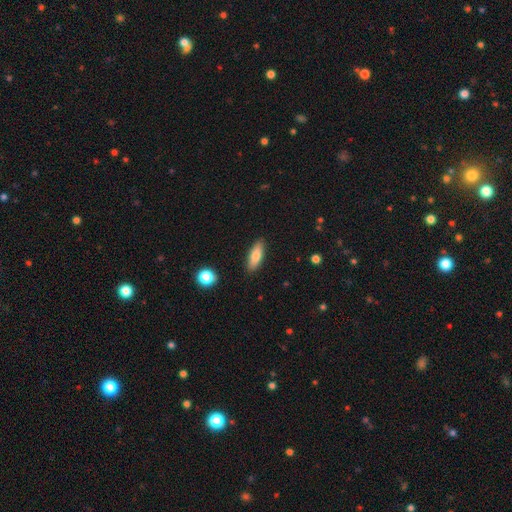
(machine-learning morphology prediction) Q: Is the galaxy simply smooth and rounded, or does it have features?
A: smooth — 79%.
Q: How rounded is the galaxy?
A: in between — 63%.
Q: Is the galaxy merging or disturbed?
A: none — 88%.